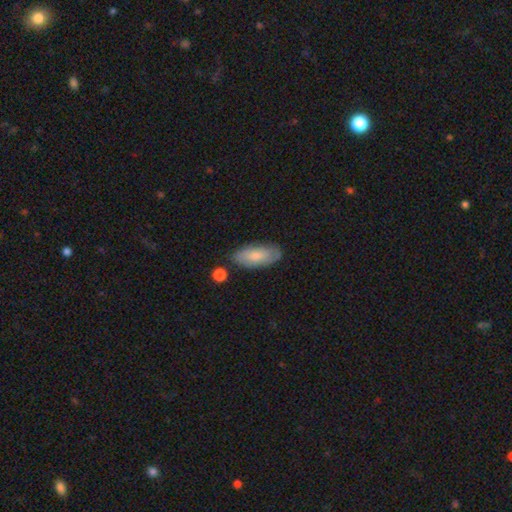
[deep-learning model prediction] Smooth or featured: smooth — 74% (featured or disk — 21%)
How rounded: in between — 84% (cigar-shaped — 14%)
Merging: none — 75% (minor disturbance — 18%)